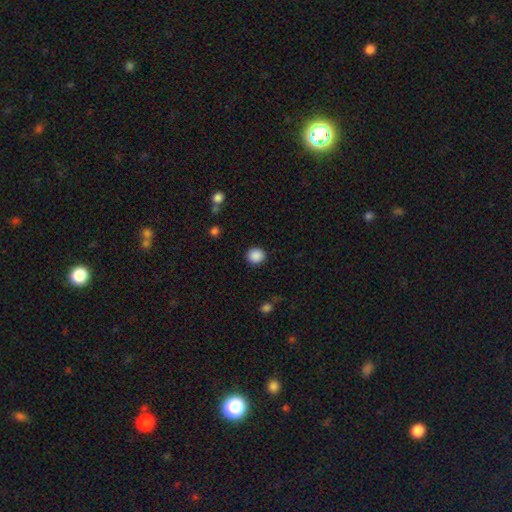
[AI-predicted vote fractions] Smooth or featured? Predicted: smooth (p=0.88). How rounded? Predicted: round (p=0.86). Merging? Predicted: none (p=0.90).